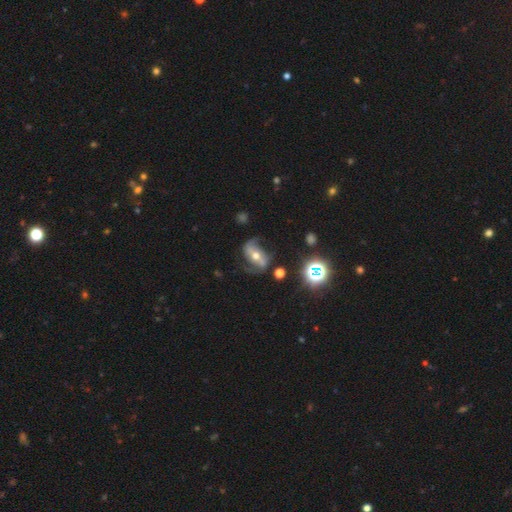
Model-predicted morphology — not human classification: Smooth or featured: featured or disk — 77% (smooth — 12%)
Edge-on disk: no — 93% (yes — 7%)
Bar: strong — 50% (weak — 25%)
Spiral arms: yes — 90% (no — 10%)
Spiral winding: loose — 64% (medium — 27%)
Spiral arm count: 2 — 89% (can't tell — 5%)
Bulge size: moderate — 65% (small — 28%)
Merging: none — 63% (minor disturbance — 20%)